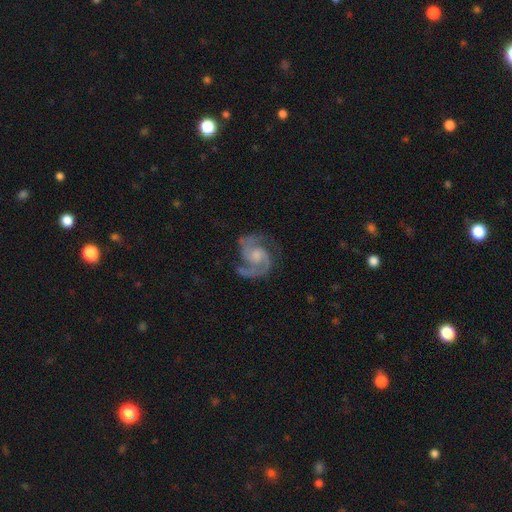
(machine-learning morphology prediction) smooth-or-featured: featured or disk: 91% | star or artifact: 4% | smooth: 4%
  disk-edge-on: no: 98% | yes: 2%
    bar: no: 60% | weak: 33% | strong: 6%
    has-spiral-arms: yes: 98% | no: 2%
      spiral-winding: medium: 60% | tight: 25% | loose: 15%
      spiral-arm-count: 2: 90% | 3: 4% | can't tell: 2% | 1: 2% | 4: 1% | more than 4: 1%
    bulge-size: moderate: 41% | small: 35% | none: 17% | large: 7% | dominant: 1%
  merging: none: 72% | minor disturbance: 17% | major disturbance: 9% | merger: 2%